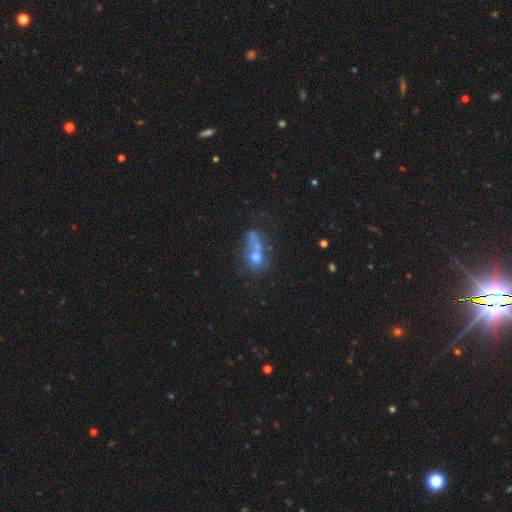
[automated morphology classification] This is possibly a smooth galaxy (53%). How rounded: possibly round (47%). Merging: possibly merger (45%).